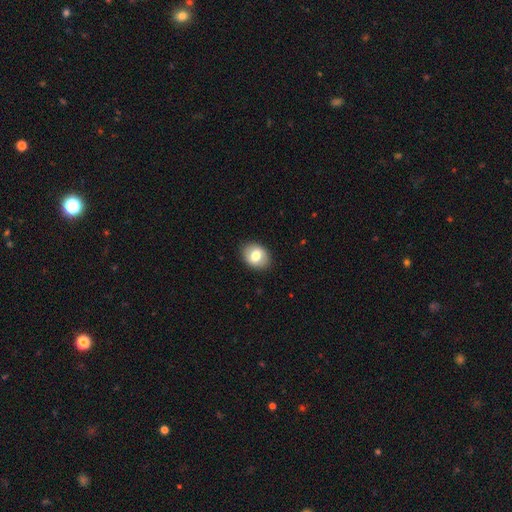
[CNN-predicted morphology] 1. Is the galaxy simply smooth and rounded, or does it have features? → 75% smooth, 17% featured or disk, 8% star or artifact.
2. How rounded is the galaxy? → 62% in between, 37% round, 1% cigar-shaped.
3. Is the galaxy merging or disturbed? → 88% none, 8% minor disturbance, 2% major disturbance, 1% merger.